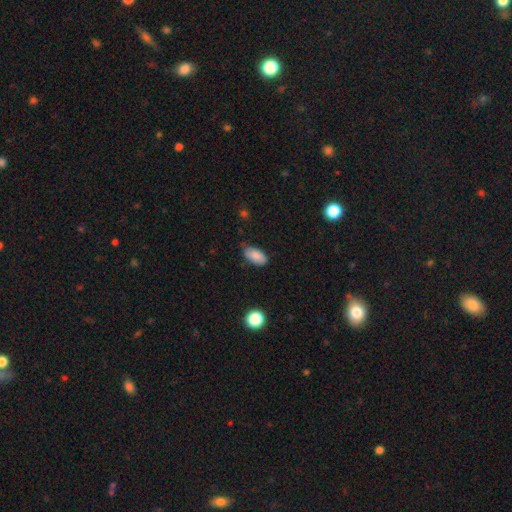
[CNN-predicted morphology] This appears to be a smooth galaxy with no disk features (85%) that is in between round and cigar-shaped (93%). Merging: none (76%).